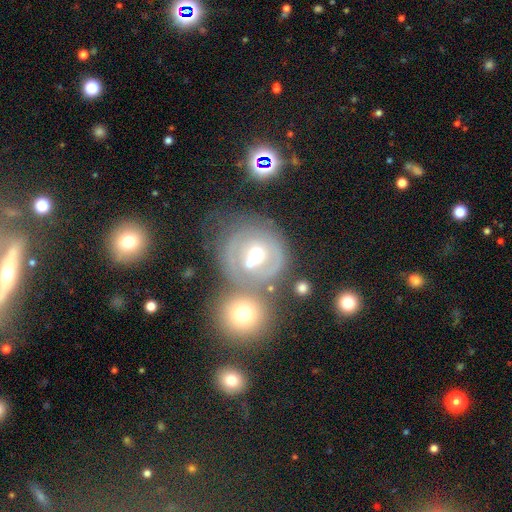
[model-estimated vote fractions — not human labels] This is possibly a featured or disk galaxy (58%). It is clearly not viewed edge-on (96%). Bar: likely no (70%). Spiral arm pattern: possibly yes (59%). Central bulge: likely moderate (64%). Merging: possibly none (45%).